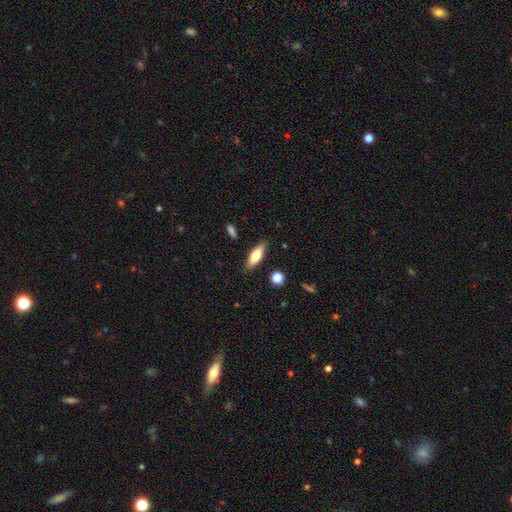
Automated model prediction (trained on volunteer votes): A smooth galaxy with no disk features (63%) that is in between round and cigar-shaped (51%). Merging: none (86%).